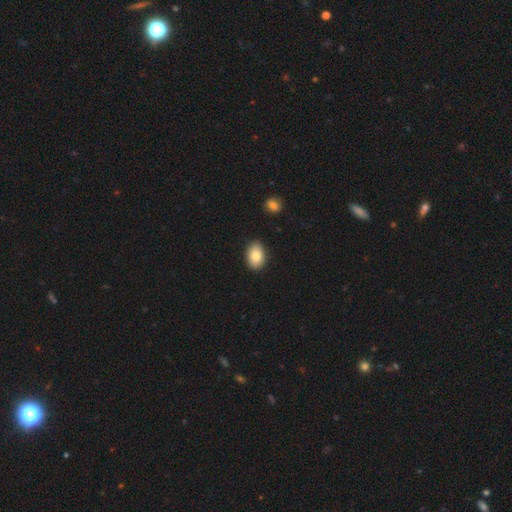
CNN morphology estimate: Smooth or featured: smooth — 84% (featured or disk — 9%)
How rounded: in between — 87% (round — 12%)
Merging: none — 87% (minor disturbance — 9%)